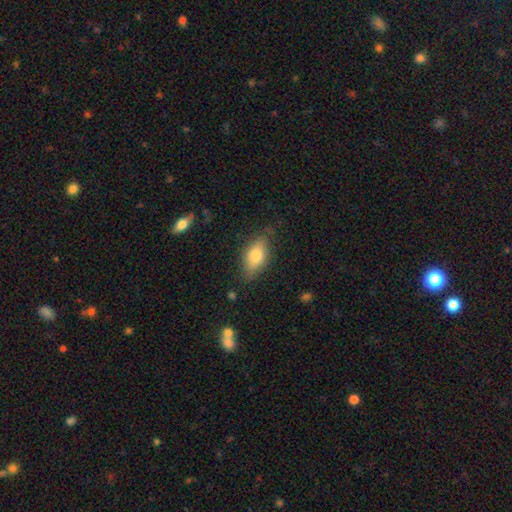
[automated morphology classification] Smooth or featured? Predicted: smooth (p=0.74). How rounded? Predicted: in between (p=0.84). Merging? Predicted: none (p=0.74).